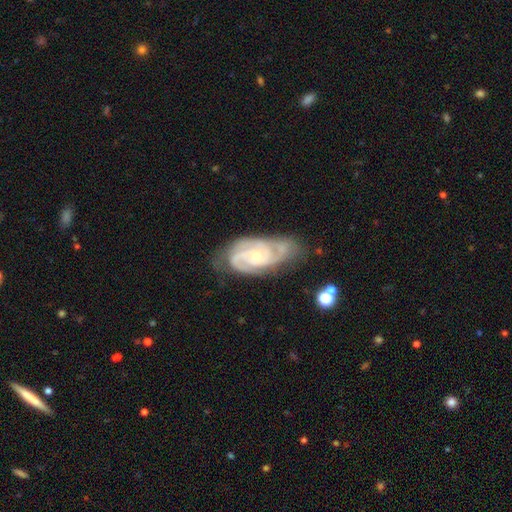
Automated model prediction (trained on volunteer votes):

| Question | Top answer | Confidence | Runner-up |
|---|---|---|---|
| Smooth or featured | featured or disk | 90% | smooth (5%) |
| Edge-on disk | no | 97% | yes (3%) |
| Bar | no | 65% | weak (28%) |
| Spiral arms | yes | 98% | no (2%) |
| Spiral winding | tight | 64% | medium (32%) |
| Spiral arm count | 3 | 46% | 2 (29%) |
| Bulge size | small | 64% | moderate (32%) |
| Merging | none | 66% | minor disturbance (24%) |